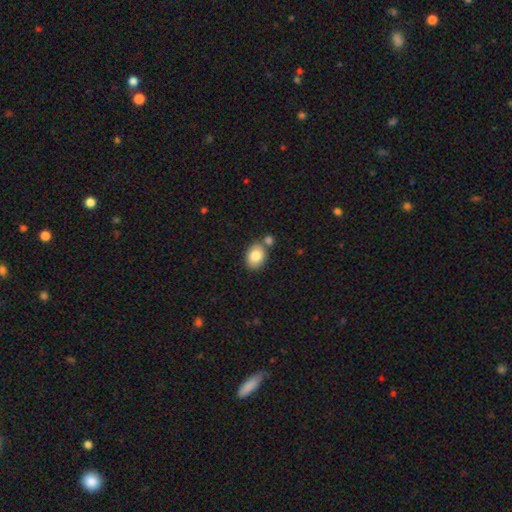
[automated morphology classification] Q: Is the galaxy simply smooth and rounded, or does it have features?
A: smooth — 83%.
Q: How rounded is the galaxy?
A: in between — 70%.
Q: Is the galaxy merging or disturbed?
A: none — 67%.